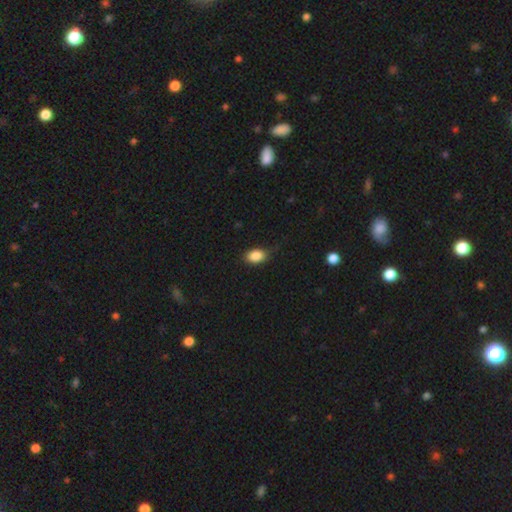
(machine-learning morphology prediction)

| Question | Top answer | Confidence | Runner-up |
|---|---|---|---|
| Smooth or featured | smooth | 87% | star or artifact (8%) |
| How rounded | in between | 84% | round (15%) |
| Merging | none | 74% | minor disturbance (20%) |